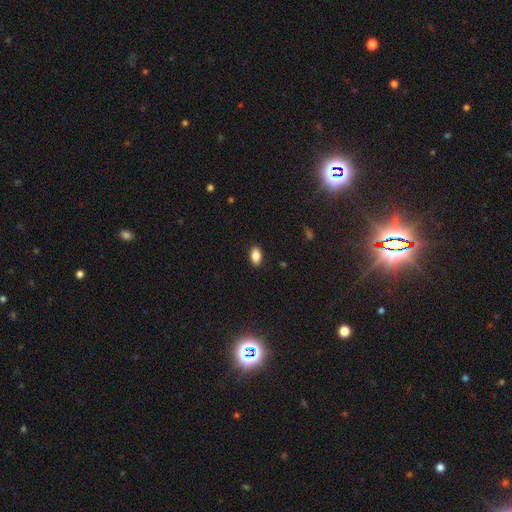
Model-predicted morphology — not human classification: Overall: smooth (86%). How rounded: in between (90%). Merging: none (89%).